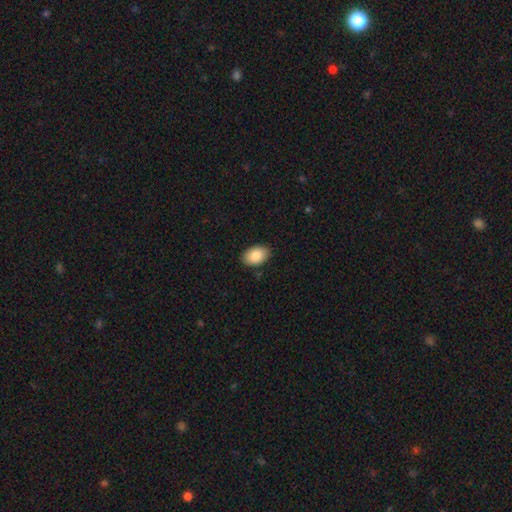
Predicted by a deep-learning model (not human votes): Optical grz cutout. It shows a smooth galaxy with no disk features (88%) that is in between round and cigar-shaped (92%). Merging: none (87%).